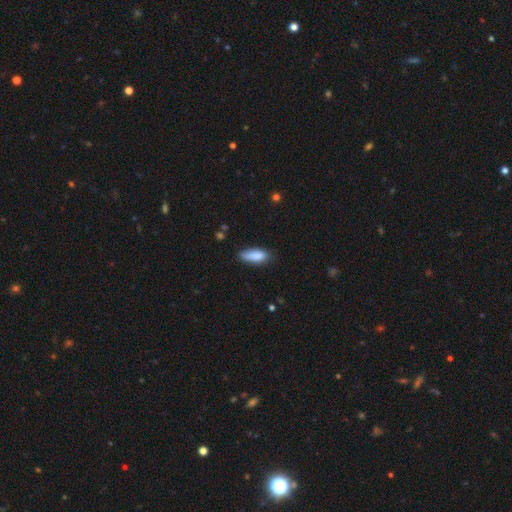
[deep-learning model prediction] smooth_or_featured: smooth (p=0.86) [alt: featured or disk p=0.07]
how_rounded: in between (p=0.69) [alt: cigar-shaped p=0.29]
merging: none (p=0.71) [alt: minor disturbance p=0.24]